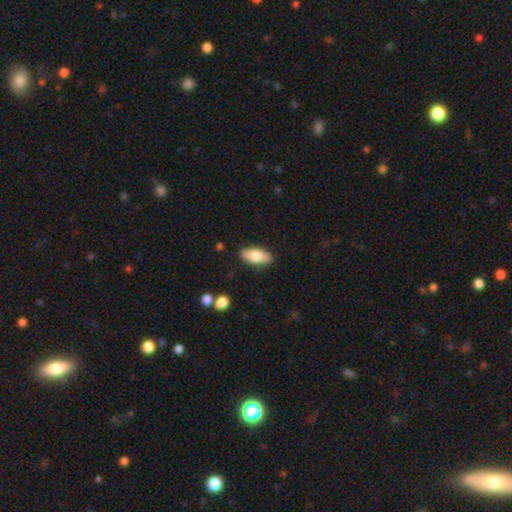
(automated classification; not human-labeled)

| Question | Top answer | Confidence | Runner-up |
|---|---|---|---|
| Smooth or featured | smooth | 75% | featured or disk (19%) |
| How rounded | in between | 86% | cigar-shaped (11%) |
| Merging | none | 85% | minor disturbance (11%) |